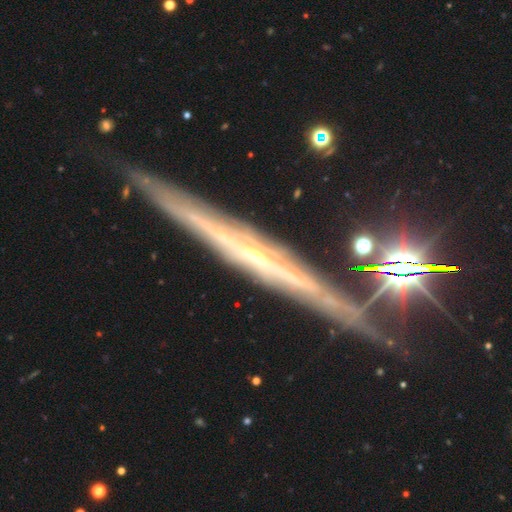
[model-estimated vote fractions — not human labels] Smooth or featured? Predicted: featured or disk (p=0.77). Edge-on disk? Predicted: yes (p=0.94). Edge-on bulge? Predicted: none (p=0.57). Merging? Predicted: none (p=0.86).